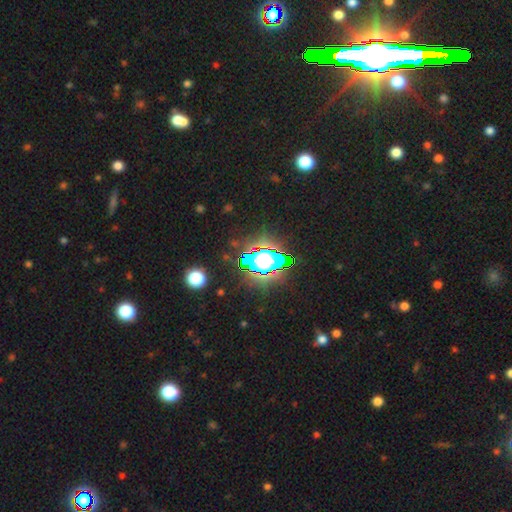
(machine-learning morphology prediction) A star or artifact, not a galaxy (74%).